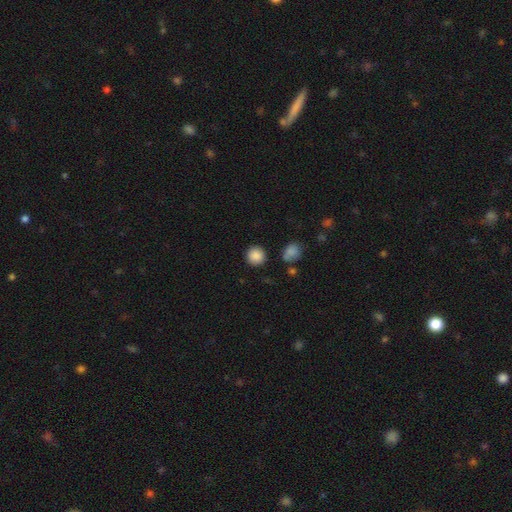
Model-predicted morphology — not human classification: A smooth galaxy with no disk features (87%) that is round (92%). Merging: none (88%).